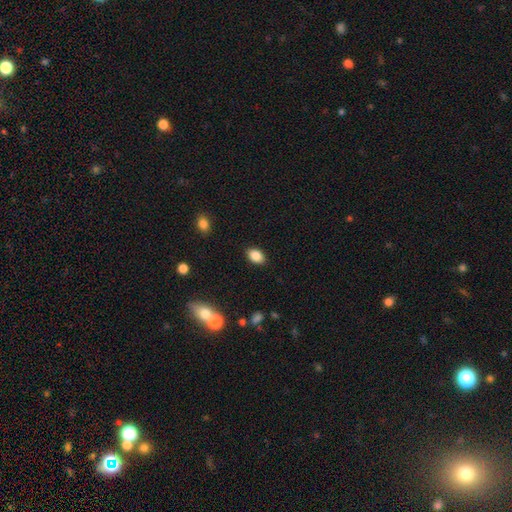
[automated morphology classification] The model was most divided on "how rounded": in between: 86%, round: 13%, cigar-shaped: 1%. More confident: merging — none (88%); smooth or featured — smooth (87%).